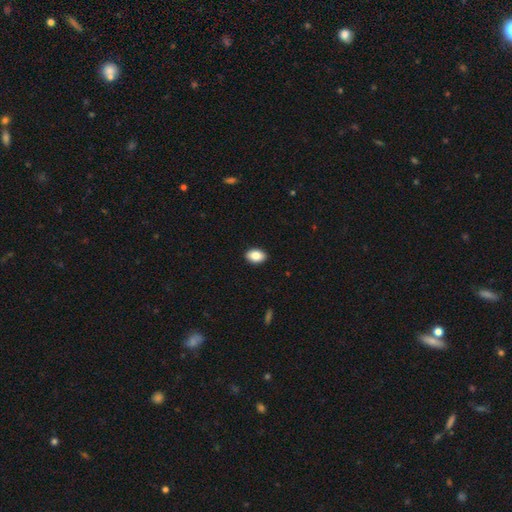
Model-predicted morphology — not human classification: Smooth or featured? Predicted: smooth (p=0.85). How rounded? Predicted: in between (p=0.89). Merging? Predicted: none (p=0.91).